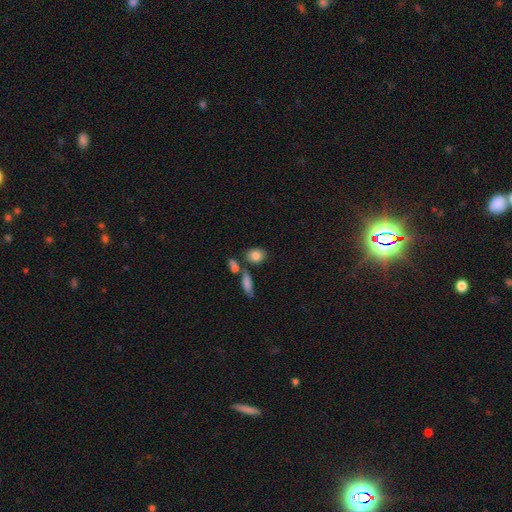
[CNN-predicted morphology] The model was most divided on "how rounded": in between: 64%, round: 33%, cigar-shaped: 3%. More confident: smooth or featured — smooth (83%); merging — none (67%).